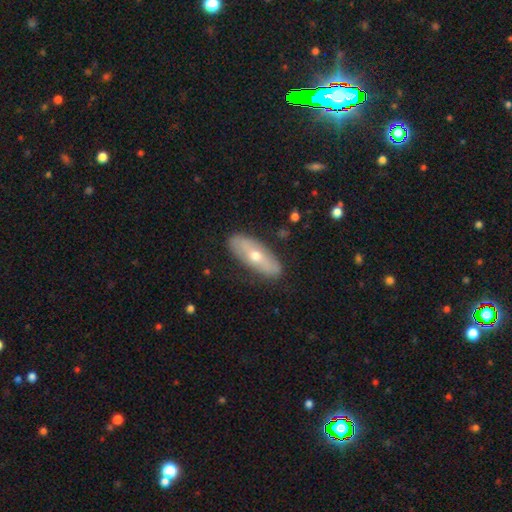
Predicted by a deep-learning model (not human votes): Smooth or featured: smooth — 48% (featured or disk — 47%)
Merging: none — 83% (minor disturbance — 13%)